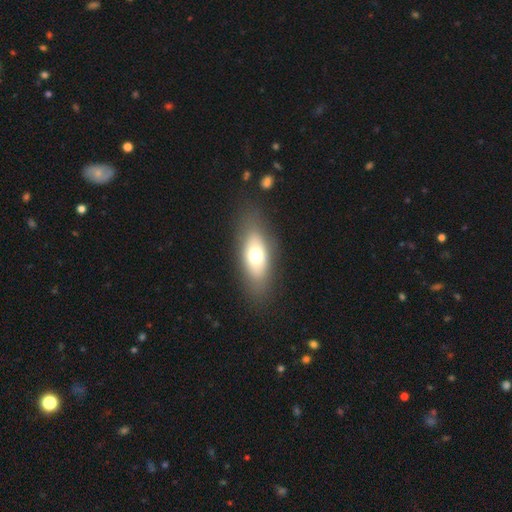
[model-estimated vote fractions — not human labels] Q: Smooth or featured?
A: smooth (64%); runner-up: featured or disk (27%)
Q: How rounded?
A: in between (79%); runner-up: cigar-shaped (14%)
Q: Merging?
A: none (82%); runner-up: minor disturbance (12%)